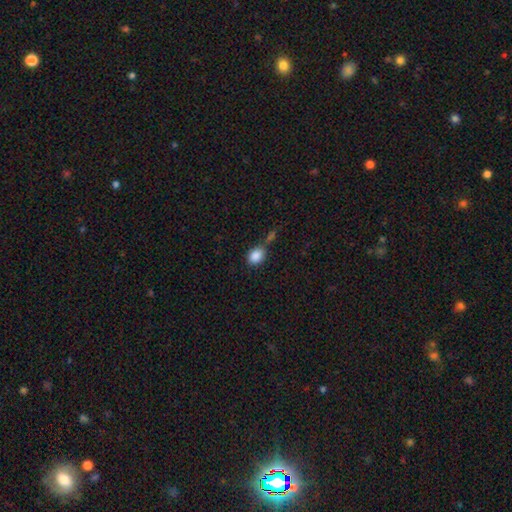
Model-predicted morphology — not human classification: Smooth or featured? Predicted: smooth (p=0.87). How rounded? Predicted: in between (p=0.61). Merging? Predicted: none (p=0.57).